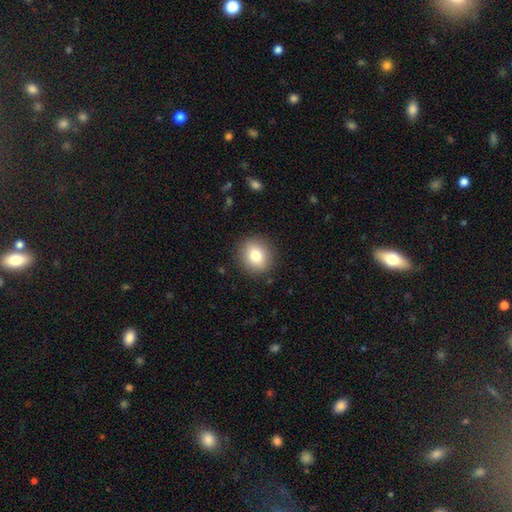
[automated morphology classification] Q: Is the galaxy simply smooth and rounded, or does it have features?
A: smooth — 80%.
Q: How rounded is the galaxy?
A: round — 78%.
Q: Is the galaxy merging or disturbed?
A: none — 89%.